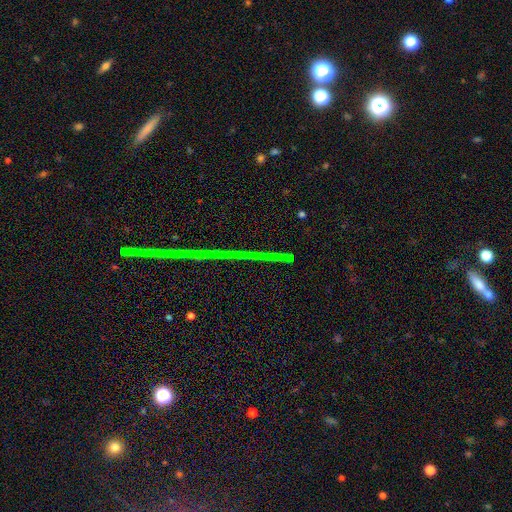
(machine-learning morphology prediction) This is clearly a star or artifact rather than a galaxy (84%).